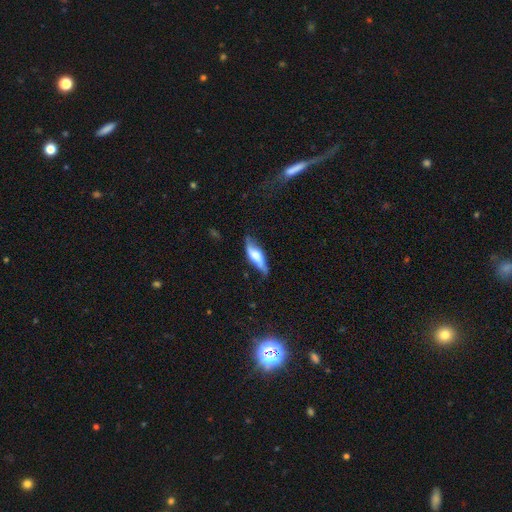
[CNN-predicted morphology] A featured or disk galaxy (53%) viewed edge-on (57%).

Vote fractions:
- Smooth or featured? featured or disk: 53% / smooth: 40% / star or artifact: 7%
- Edge-on disk? yes: 57% / no: 43%
- Merging? none: 60% / minor disturbance: 29% / major disturbance: 8% / merger: 2%